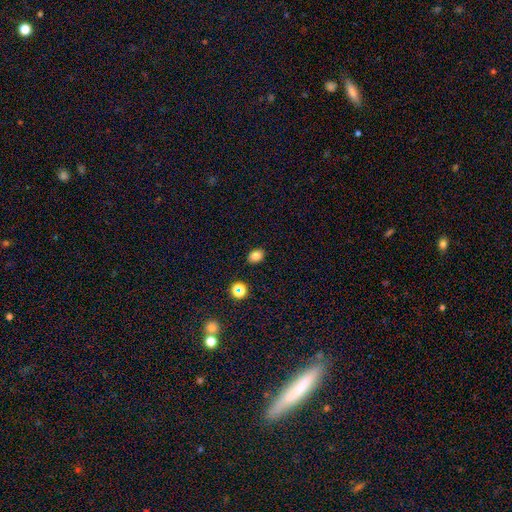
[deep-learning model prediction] Smooth or featured? Predicted: smooth (p=0.81). How rounded? Predicted: in between (p=0.67). Merging? Predicted: none (p=0.87).